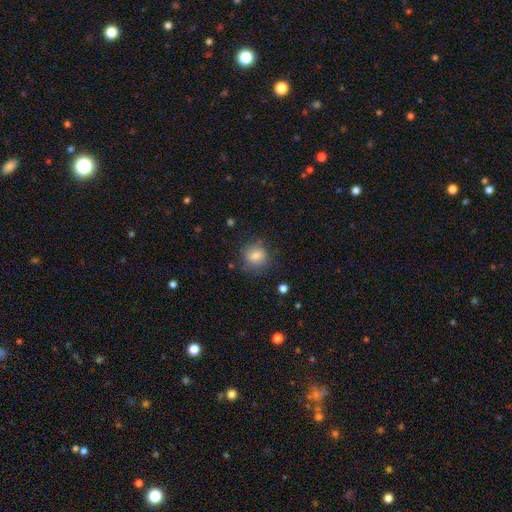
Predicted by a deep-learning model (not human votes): Morphology: type=smooth (78%); roundness=round (84%); merging=none (80%).